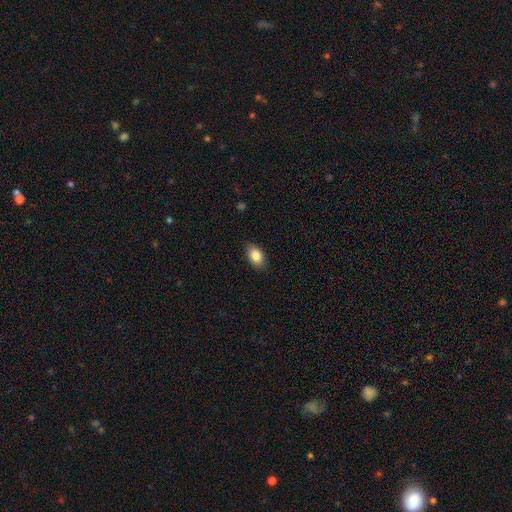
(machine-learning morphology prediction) A smooth galaxy with no disk features (85%) that is in between round and cigar-shaped (89%). Merging: none (85%).